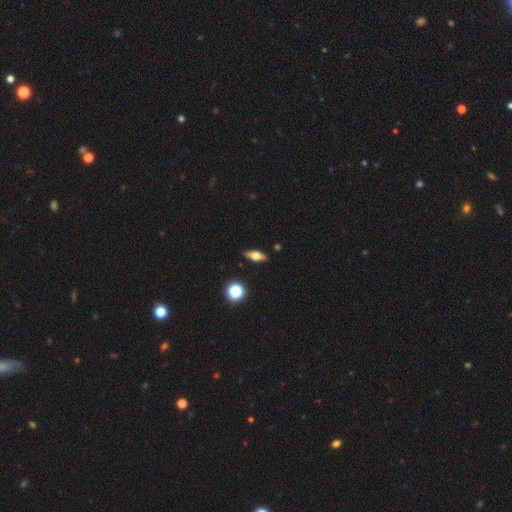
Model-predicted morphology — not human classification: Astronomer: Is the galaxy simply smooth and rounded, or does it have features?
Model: smooth — 56% (runner-up: featured or disk, 35%).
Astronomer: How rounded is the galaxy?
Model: in between — 67%.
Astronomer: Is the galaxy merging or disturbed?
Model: none — 89%.